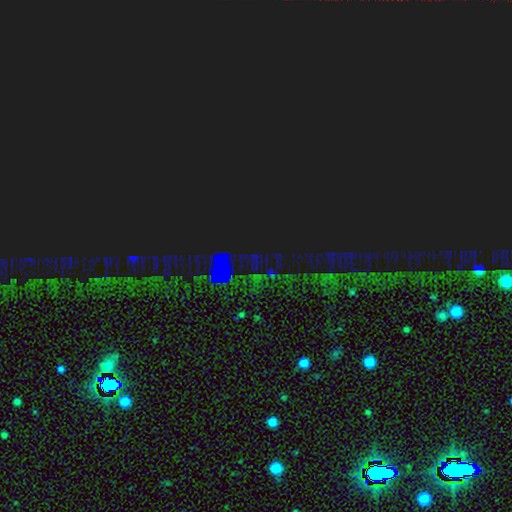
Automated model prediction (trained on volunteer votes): The model was most divided on "smooth or featured": star or artifact: 83%, smooth: 10%, featured or disk: 7%.